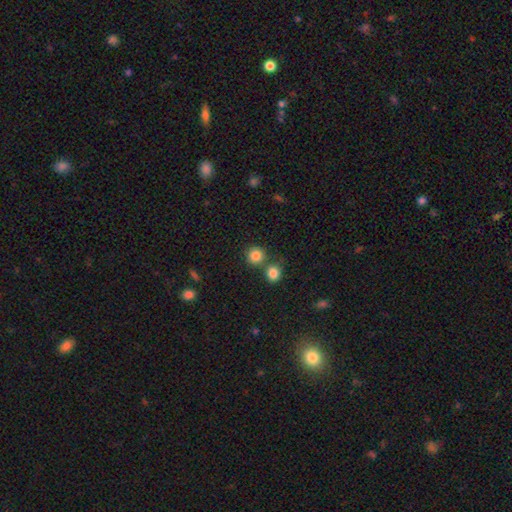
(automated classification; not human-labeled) Smooth or featured? Predicted: smooth (p=0.84). How rounded? Predicted: round (p=0.90). Merging? Predicted: none (p=0.68).